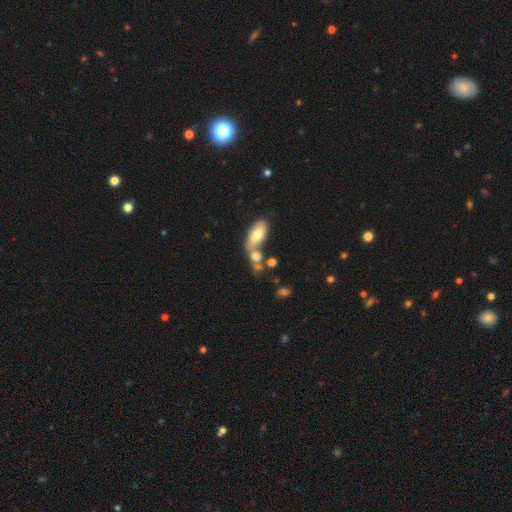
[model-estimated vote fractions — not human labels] Morphology: type=smooth (63%); roundness=in between (76%); merging=merger (48%).